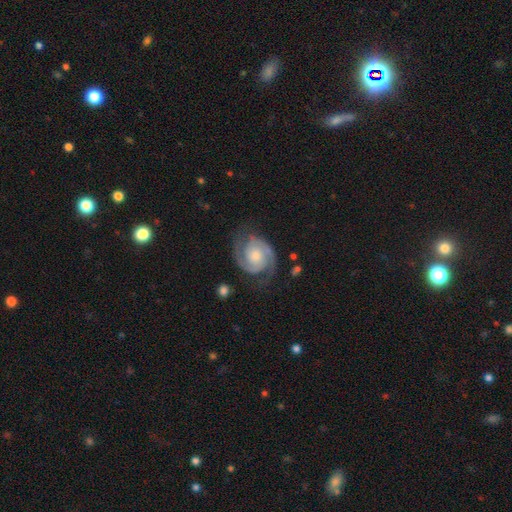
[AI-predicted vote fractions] featured or disk 90%, smooth 5%, star or artifact 4%. Down the decision tree: edge-on disk — no (98%); bar — no (70%); spiral arms — yes (98%); spiral arm count — 2 (93%); spiral winding — tight (49%); bulge size — moderate (42%); merging — none (76%).